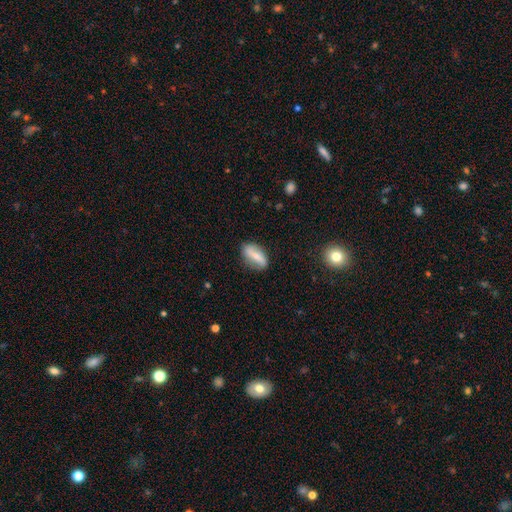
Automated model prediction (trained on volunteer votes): Smooth or featured?
  - smooth: 52% *
  - featured or disk: 40%
  - star or artifact: 7%
How rounded?
  - in between: 80% *
  - cigar-shaped: 15%
  - round: 5%
Merging?
  - none: 79% *
  - minor disturbance: 16%
  - major disturbance: 4%
  - merger: 2%